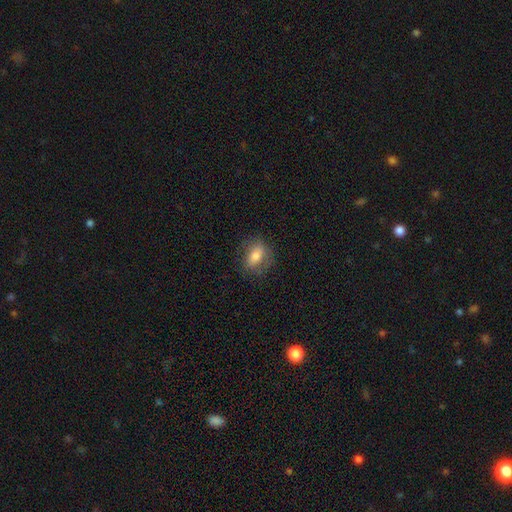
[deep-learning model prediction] The model was most divided on "how rounded": in between: 65%, round: 32%, cigar-shaped: 3%. More confident: merging — none (75%); smooth or featured — smooth (65%).